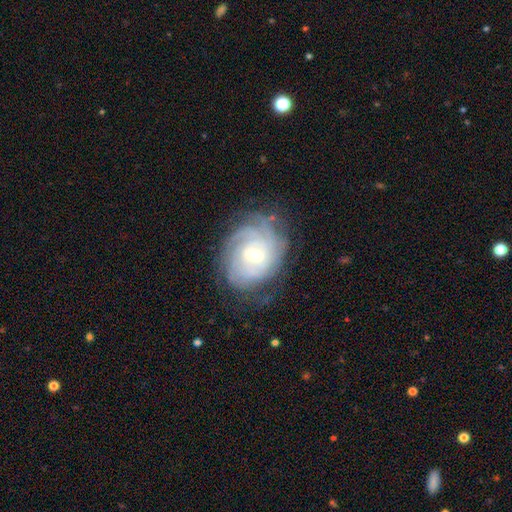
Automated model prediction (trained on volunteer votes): Smooth or featured? Predicted: featured or disk (p=0.81). Edge-on disk? Predicted: no (p=0.97). Bar? Predicted: weak (p=0.51). Spiral arms? Predicted: yes (p=0.94). Spiral winding? Predicted: tight (p=0.73). Spiral arm count? Predicted: can't tell (p=0.44). Bulge size? Predicted: moderate (p=0.53). Merging? Predicted: none (p=0.72).